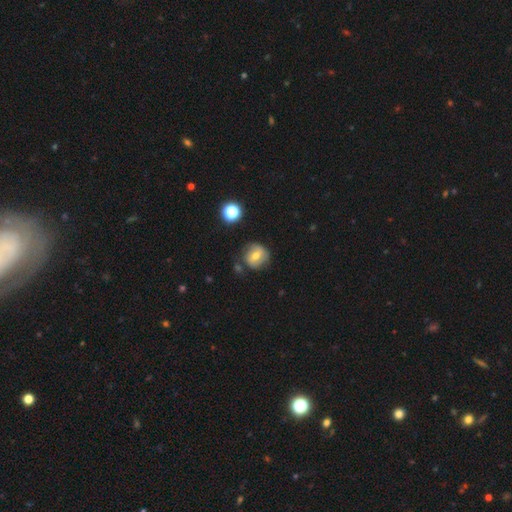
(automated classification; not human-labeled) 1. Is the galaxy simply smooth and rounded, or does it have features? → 46% smooth, 44% featured or disk, 10% star or artifact.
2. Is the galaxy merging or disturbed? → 71% none, 18% minor disturbance, 6% major disturbance, 5% merger.